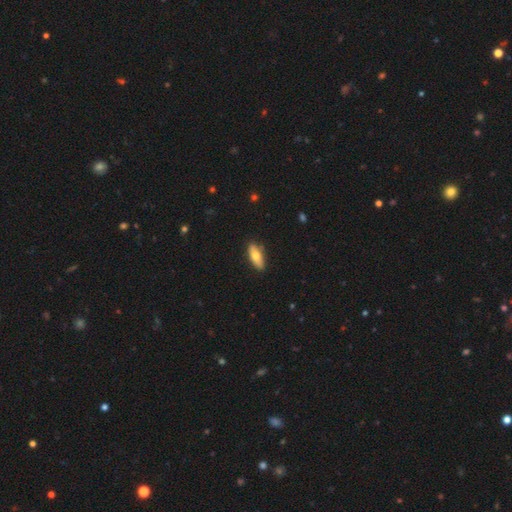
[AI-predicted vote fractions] Morphology: type=smooth (68%); roundness=in between (68%); merging=none (84%).